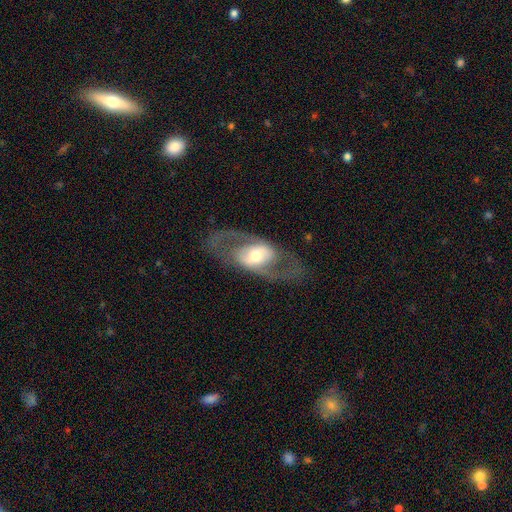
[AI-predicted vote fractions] A featured or disk galaxy (75%) with no bar (45%), spiral arms (59%) and a moderate central bulge (61%). Merging: none (75%).